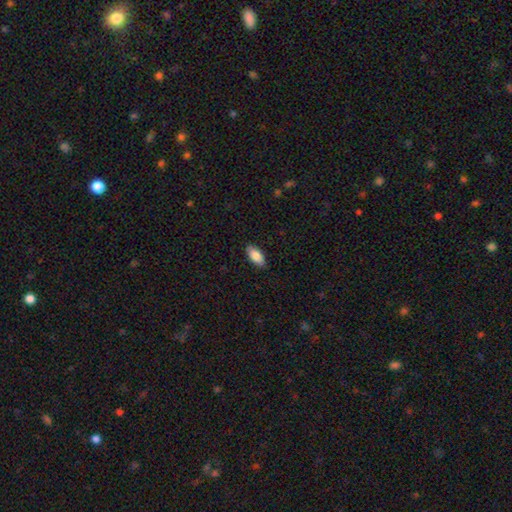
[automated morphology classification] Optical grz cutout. It shows a smooth galaxy with no disk features (87%) that is in between round and cigar-shaped (90%). Merging: none (88%).